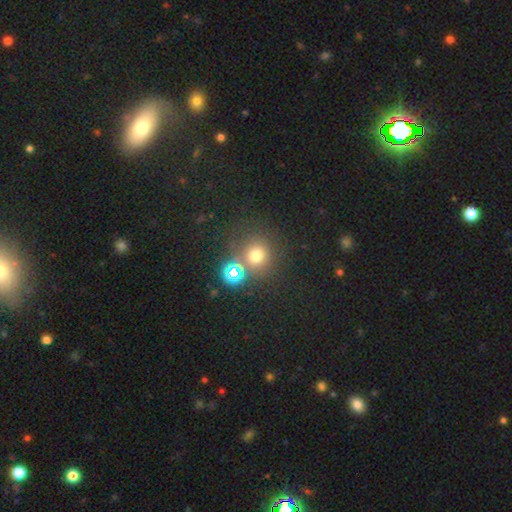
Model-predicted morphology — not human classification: A smooth galaxy with no disk features (67%) that is round (87%).

Vote fractions:
- Smooth or featured? smooth: 67% / star or artifact: 26% / featured or disk: 7%
- How rounded? round: 87% / in between: 12% / cigar-shaped: 1%
- Merging? none: 70% / merger: 16% / minor disturbance: 9% / major disturbance: 5%